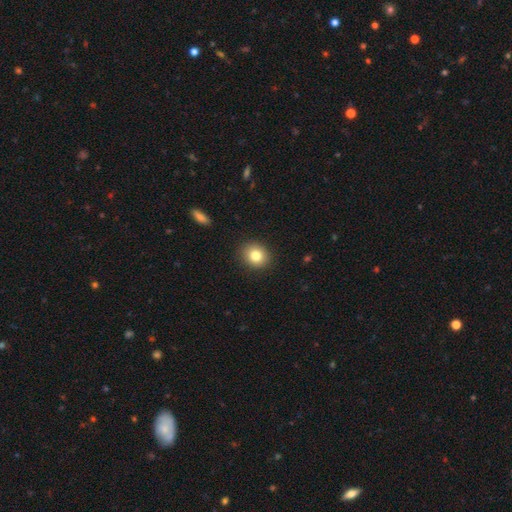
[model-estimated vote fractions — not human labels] This is clearly a smooth galaxy (82%). How rounded: likely round (75%). Merging: clearly none (90%).